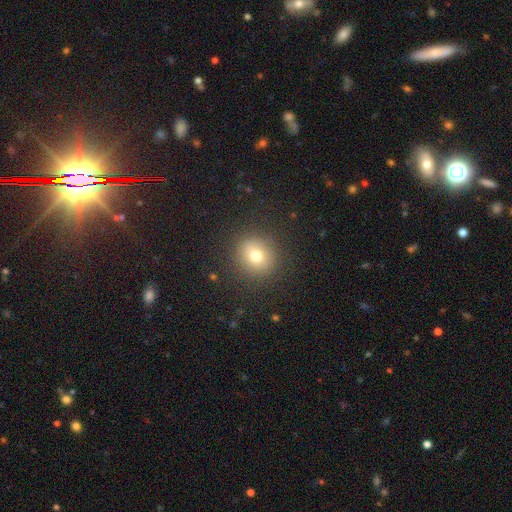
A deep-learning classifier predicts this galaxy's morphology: A smooth galaxy with no disk features (74%) that is round (86%).

Vote fractions:
- Smooth or featured? smooth: 74% / star or artifact: 14% / featured or disk: 11%
- How rounded? round: 86% / in between: 13% / cigar-shaped: 1%
- Merging? none: 88% / minor disturbance: 8% / major disturbance: 3% / merger: 1%